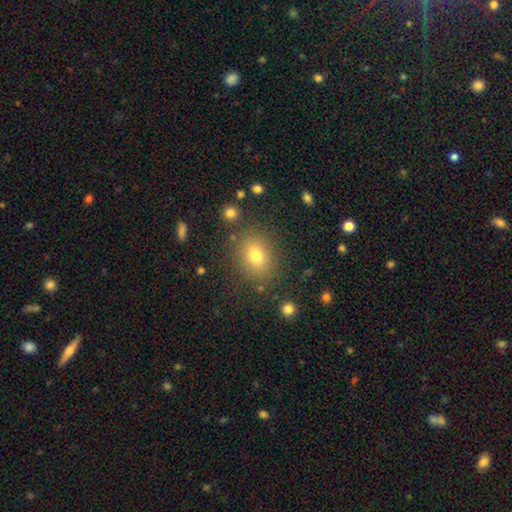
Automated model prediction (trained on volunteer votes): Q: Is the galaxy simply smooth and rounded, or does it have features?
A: smooth — 75%.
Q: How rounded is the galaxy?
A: in between — 52%.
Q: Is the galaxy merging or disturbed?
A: none — 85%.